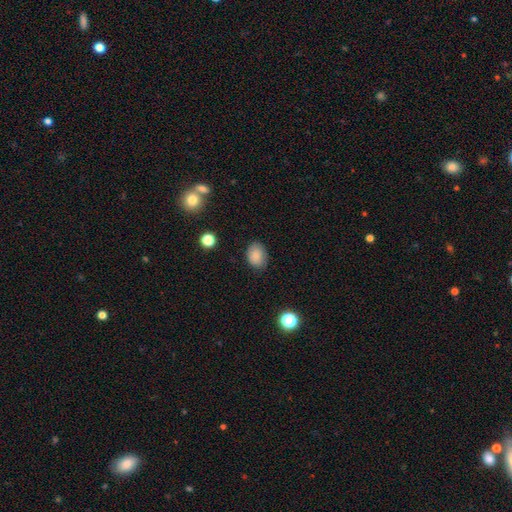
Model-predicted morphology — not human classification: A smooth galaxy with no disk features (85%) that is in between round and cigar-shaped (71%).

Vote fractions:
- Smooth or featured? smooth: 85% / star or artifact: 9% / featured or disk: 5%
- How rounded? in between: 71% / round: 28% / cigar-shaped: 1%
- Merging? none: 80% / minor disturbance: 16% / major disturbance: 3% / merger: 1%